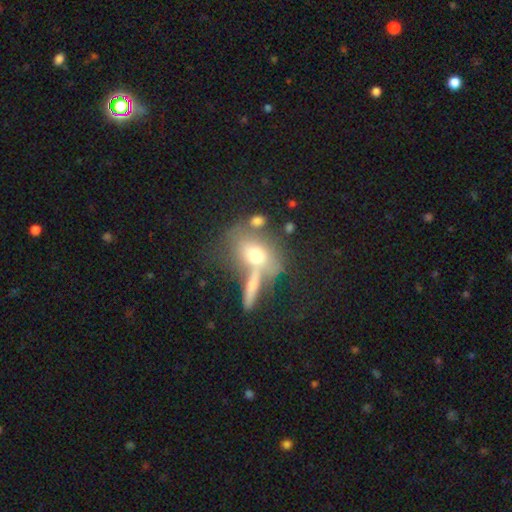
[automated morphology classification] Smooth or featured: featured or disk — 45% (smooth — 36%)
Merging: merger — 50% (none — 26%)